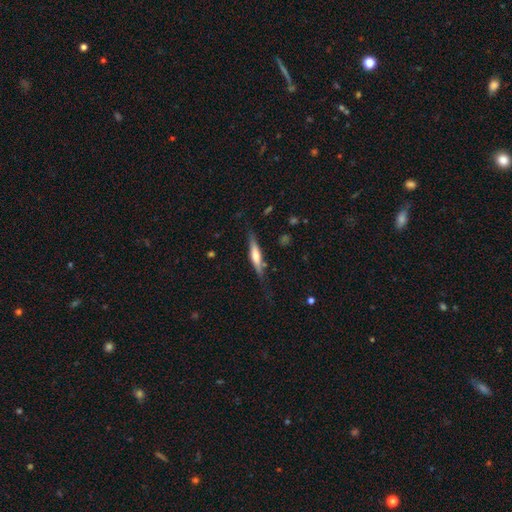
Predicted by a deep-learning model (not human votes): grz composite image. It shows a featured or disk galaxy (51%) viewed edge-on (93%). Merging: none (73%).